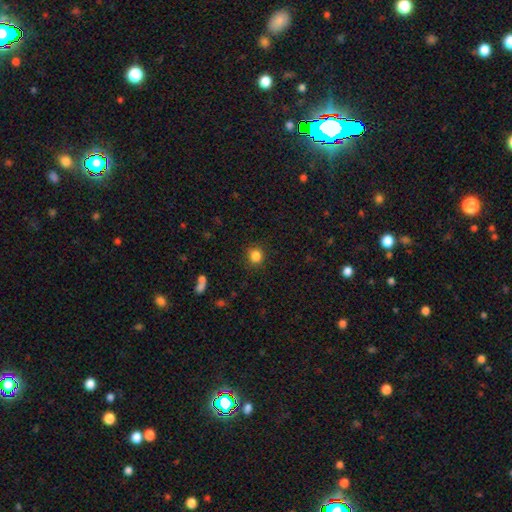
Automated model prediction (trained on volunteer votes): Q: Smooth or featured?
A: smooth (85%); runner-up: star or artifact (11%)
Q: How rounded?
A: round (84%); runner-up: in between (15%)
Q: Merging?
A: none (88%); runner-up: minor disturbance (8%)